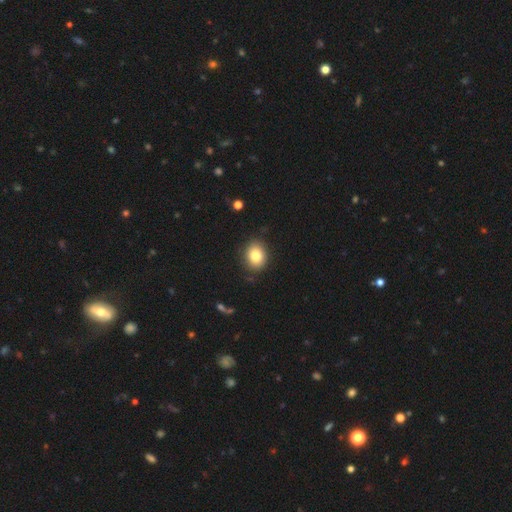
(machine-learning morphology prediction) smooth-or-featured: smooth: 81% | star or artifact: 10% | featured or disk: 9%
  how-rounded: round: 56% | in between: 43% | cigar-shaped: 1%
  merging: none: 86% | minor disturbance: 10% | major disturbance: 3% | merger: 2%